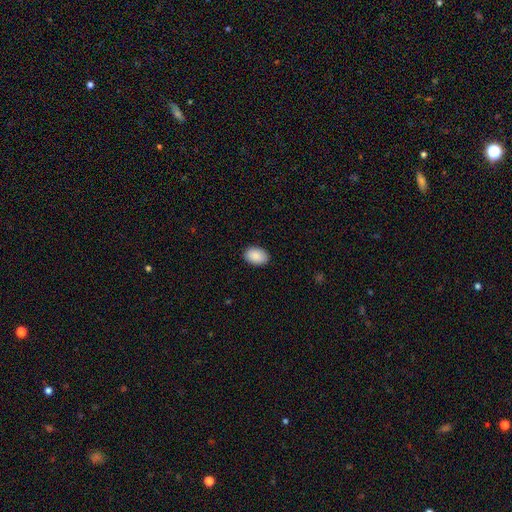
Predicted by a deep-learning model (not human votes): Smooth or featured?
  - smooth: 91% *
  - star or artifact: 6%
  - featured or disk: 3%
How rounded?
  - in between: 88% *
  - round: 11%
  - cigar-shaped: 1%
Merging?
  - none: 90% *
  - minor disturbance: 8%
  - major disturbance: 2%
  - merger: 1%